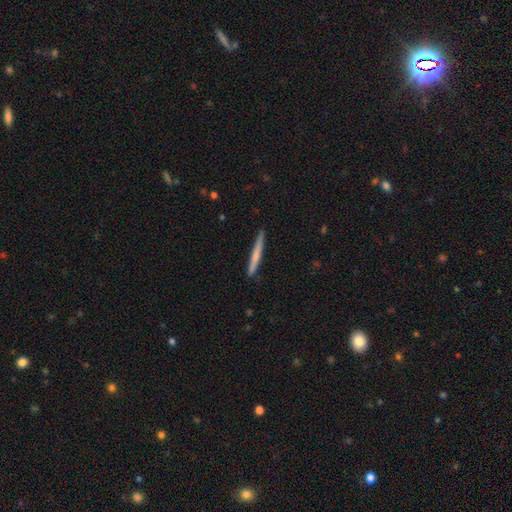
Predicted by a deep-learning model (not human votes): Smooth or featured? Predicted: smooth (p=0.59). How rounded? Predicted: cigar-shaped (p=0.97). Merging? Predicted: none (p=0.90).